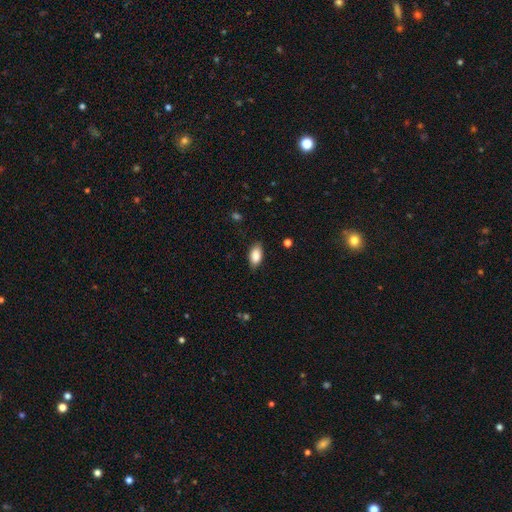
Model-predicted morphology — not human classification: A smooth galaxy with no disk features (87%) that is in between round and cigar-shaped (91%).

Vote fractions:
- Smooth or featured? smooth: 87% / star or artifact: 7% / featured or disk: 6%
- How rounded? in between: 91% / cigar-shaped: 5% / round: 4%
- Merging? none: 81% / minor disturbance: 15% / major disturbance: 3% / merger: 1%